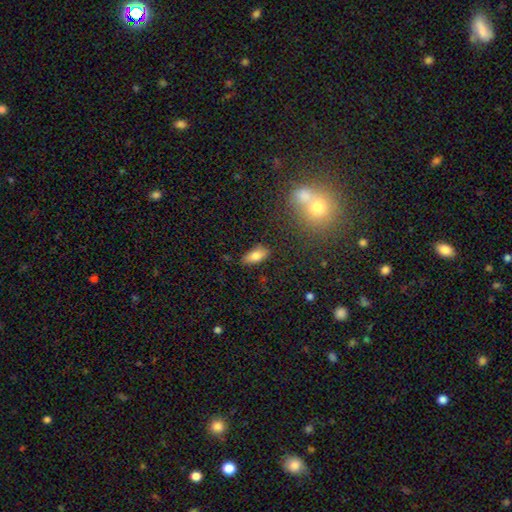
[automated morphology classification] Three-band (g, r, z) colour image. It shows a smooth galaxy with no disk features (80%) that is in between round and cigar-shaped (86%). Merging: none (82%).